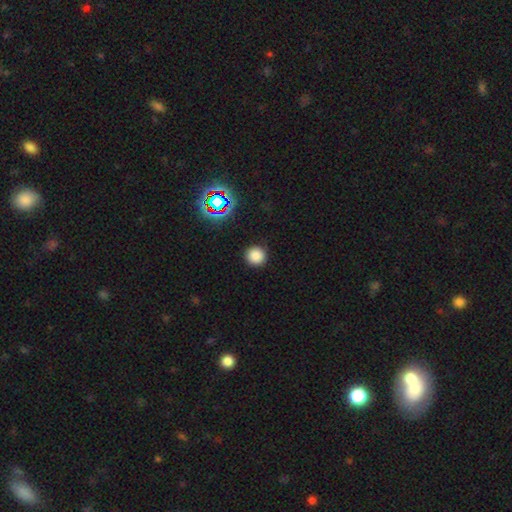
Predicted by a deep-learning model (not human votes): A smooth galaxy with no disk features (81%) that is round (95%).

Vote fractions:
- Smooth or featured? smooth: 81% / star or artifact: 15% / featured or disk: 4%
- How rounded? round: 95% / in between: 4% / cigar-shaped: 1%
- Merging? none: 91% / minor disturbance: 6% / major disturbance: 2% / merger: 1%